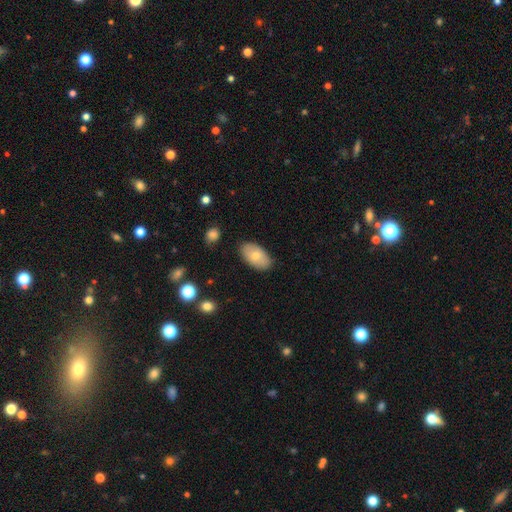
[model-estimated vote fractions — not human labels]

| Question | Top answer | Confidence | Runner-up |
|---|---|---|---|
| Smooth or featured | smooth | 73% | featured or disk (20%) |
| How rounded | in between | 94% | round (4%) |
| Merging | none | 83% | minor disturbance (13%) |